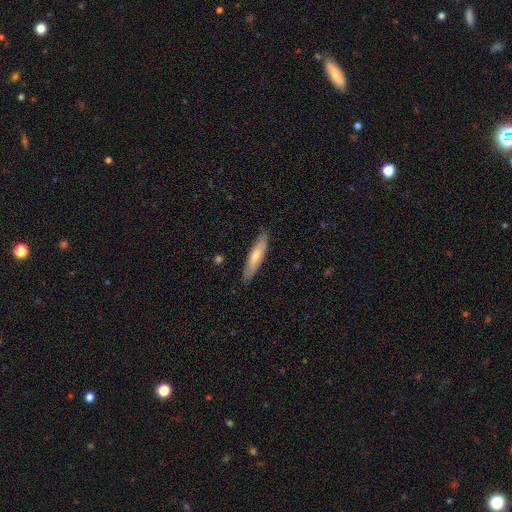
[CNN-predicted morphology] A smooth galaxy with no disk features (51%) that is cigar-shaped (79%). Merging: none (86%).